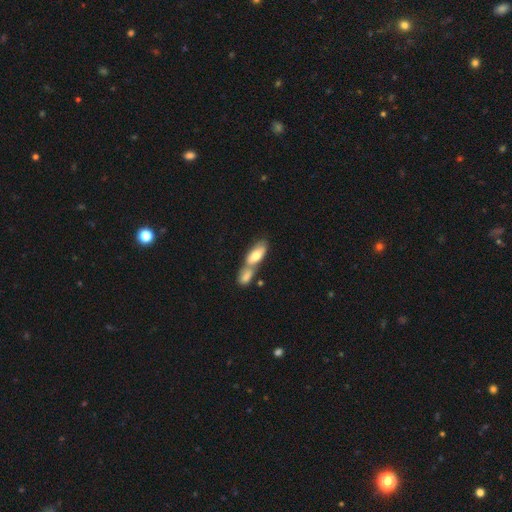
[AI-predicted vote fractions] Smooth or featured? smooth (71%)
How rounded? in between (80%)
Merging? merger (68%)